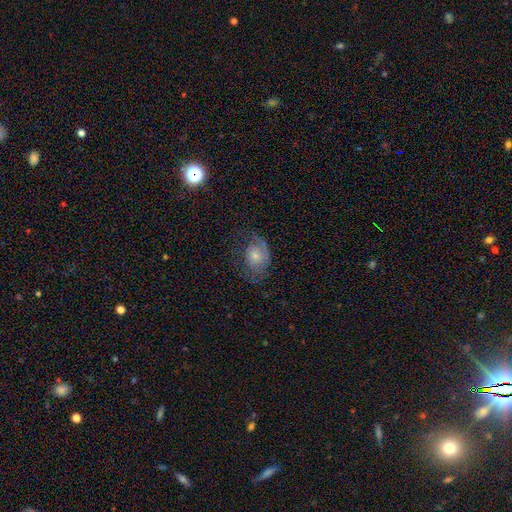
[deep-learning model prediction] Overall: featured or disk (47%; smooth 44%). Merging: none (48%; major disturbance 27%).